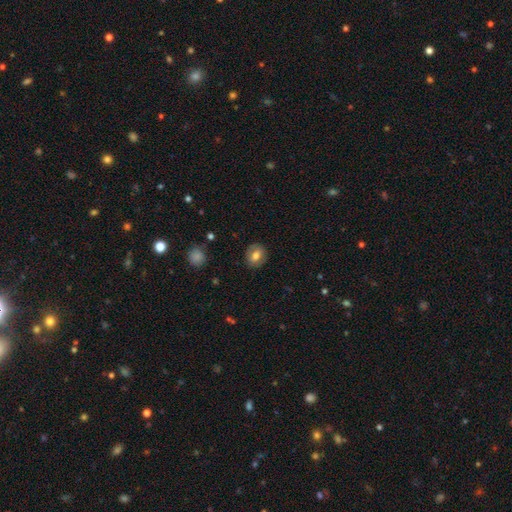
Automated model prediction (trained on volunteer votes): smooth_or_featured: smooth (p=0.71) [alt: featured or disk p=0.21]
how_rounded: round (p=0.57) [alt: in between p=0.42]
merging: none (p=0.85) [alt: minor disturbance p=0.11]